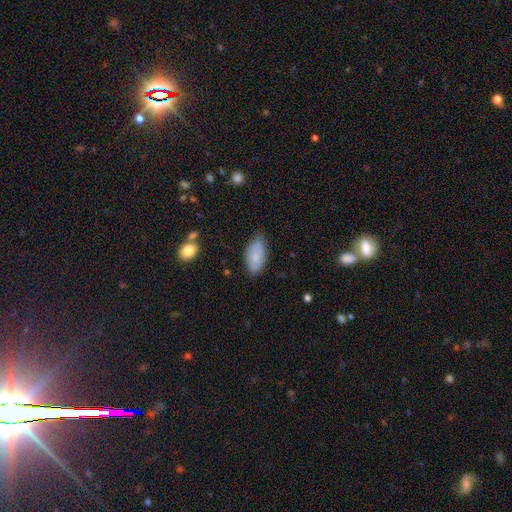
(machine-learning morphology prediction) A smooth galaxy with no disk features (81%) that is in between round and cigar-shaped (93%). Merging: none (64%).